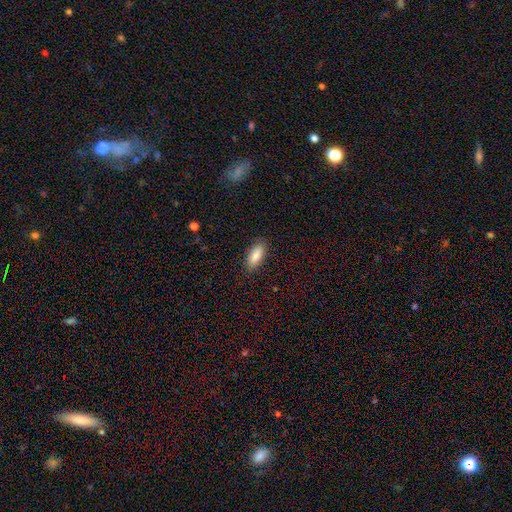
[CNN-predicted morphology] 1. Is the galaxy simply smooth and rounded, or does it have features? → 86% smooth, 7% featured or disk, 7% star or artifact.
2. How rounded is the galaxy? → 80% in between, 18% cigar-shaped, 2% round.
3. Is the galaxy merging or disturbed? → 86% none, 11% minor disturbance, 3% major disturbance, 1% merger.